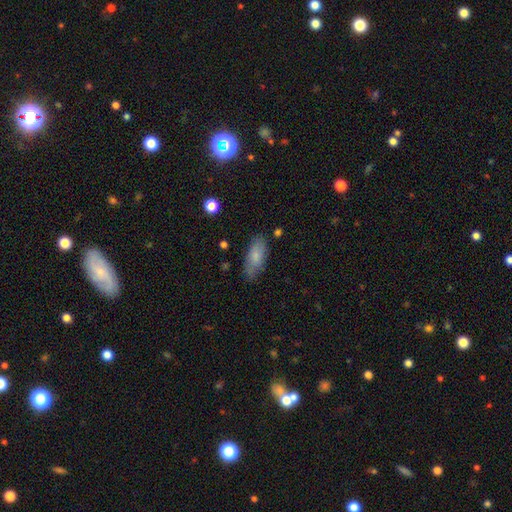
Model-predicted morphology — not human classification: smooth-or-featured: smooth: 78% | featured or disk: 15% | star or artifact: 7%
  how-rounded: in between: 78% | cigar-shaped: 20% | round: 2%
  merging: none: 78% | minor disturbance: 17% | major disturbance: 4% | merger: 2%